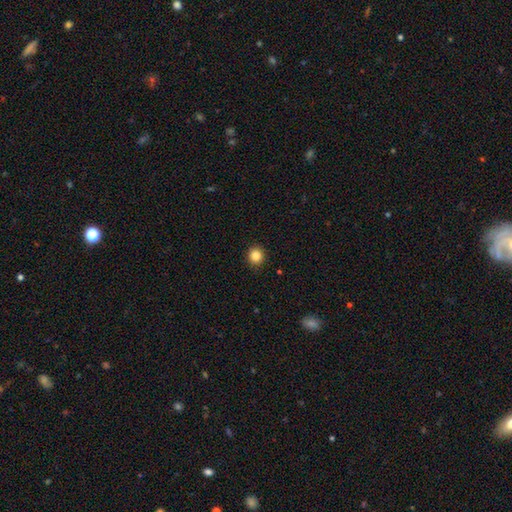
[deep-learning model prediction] Smooth or featured: smooth — 86% (star or artifact — 10%)
How rounded: round — 89% (in between — 10%)
Merging: none — 91% (minor disturbance — 6%)